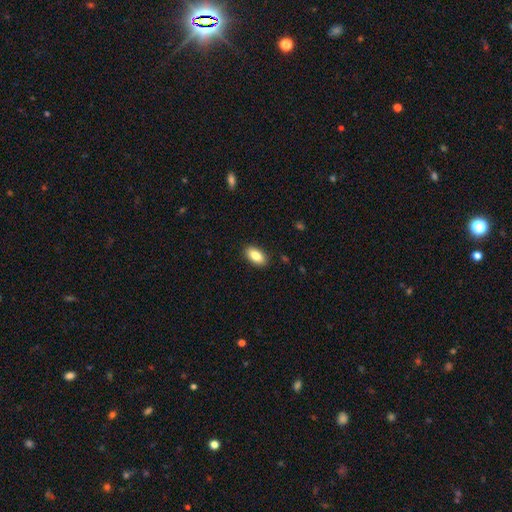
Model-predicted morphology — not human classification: smooth_or_featured: smooth (p=0.84) [alt: featured or disk p=0.08]
how_rounded: in between (p=0.91) [alt: cigar-shaped p=0.05]
merging: none (p=0.89) [alt: minor disturbance p=0.08]